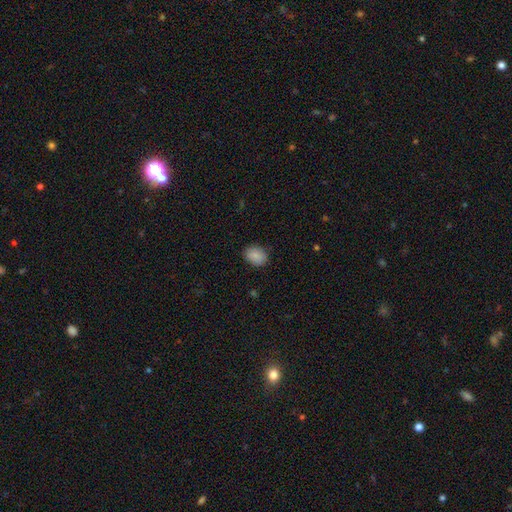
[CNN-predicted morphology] The model was most divided on "how rounded": in between: 66%, round: 33%, cigar-shaped: 1%. More confident: smooth or featured — smooth (88%); merging — none (84%).